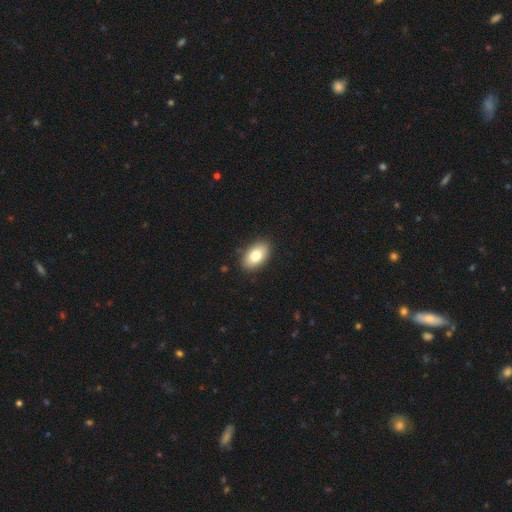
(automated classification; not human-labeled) The model was most divided on "smooth or featured": smooth: 79%, featured or disk: 13%, star or artifact: 7%. More confident: how rounded — in between (92%); merging — none (88%).